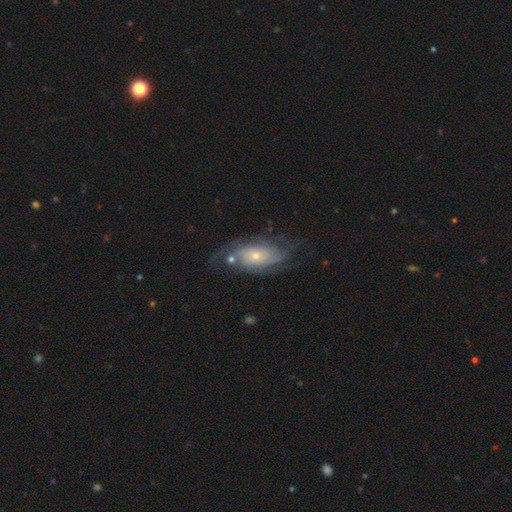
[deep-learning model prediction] smooth-or-featured: featured or disk: 71% | smooth: 22% | star or artifact: 7%
  disk-edge-on: no: 93% | yes: 7%
    bar: no: 77% | weak: 19% | strong: 4%
    has-spiral-arms: yes: 83% | no: 17%
      spiral-winding: tight: 43% | medium: 36% | loose: 22%
      spiral-arm-count: can't tell: 42% | 2: 32% | 3: 11% | 4: 6% | 1: 5% | more than 4: 4%
    bulge-size: small: 64% | moderate: 30% | large: 3% | none: 2% | dominant: 1%
  merging: none: 55% | minor disturbance: 22% | major disturbance: 17% | merger: 6%